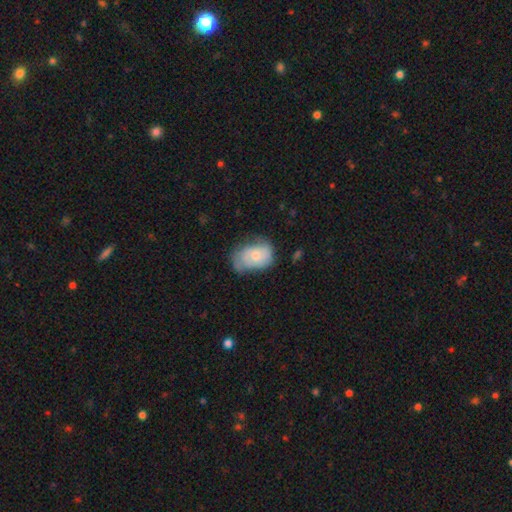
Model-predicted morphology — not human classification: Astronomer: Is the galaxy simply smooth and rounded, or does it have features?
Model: smooth — 54% (runner-up: featured or disk, 40%).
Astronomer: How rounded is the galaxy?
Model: in between — 79%.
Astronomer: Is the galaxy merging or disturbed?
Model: none — 41% (runner-up: minor disturbance, 37%).